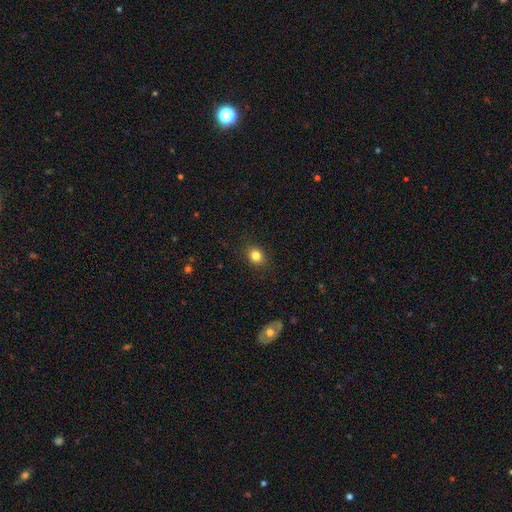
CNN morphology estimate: A smooth galaxy with no disk features (83%) that is round (66%).

Vote fractions:
- Smooth or featured? smooth: 83% / star or artifact: 11% / featured or disk: 6%
- How rounded? round: 66% / in between: 33% / cigar-shaped: 1%
- Merging? none: 90% / minor disturbance: 7% / major disturbance: 2% / merger: 1%